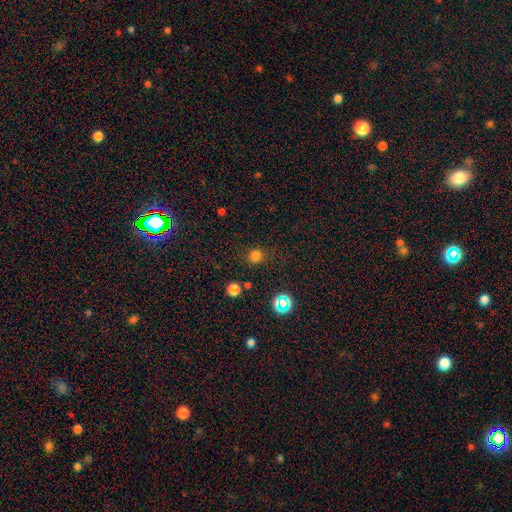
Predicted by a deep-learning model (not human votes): A smooth galaxy with no disk features (74%) that is round (90%). Merging: none (82%).